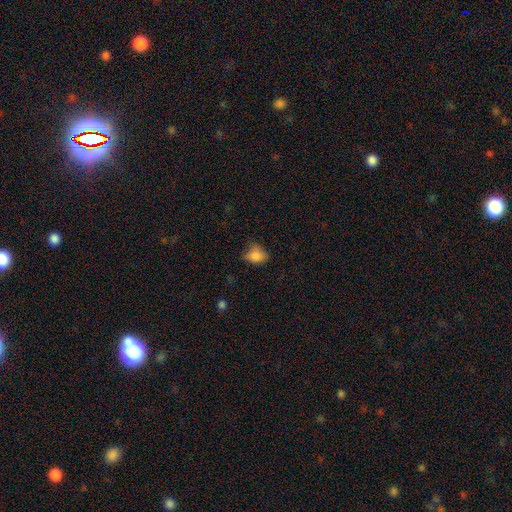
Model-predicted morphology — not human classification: The model was most divided on "how rounded": in between: 55%, round: 44%, cigar-shaped: 1%. More confident: smooth or featured — smooth (83%); merging — none (55%).